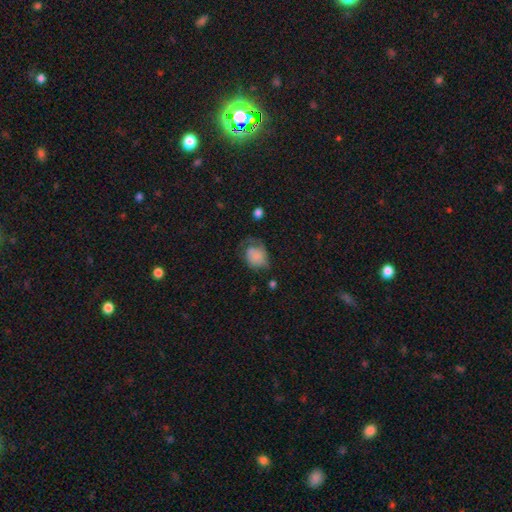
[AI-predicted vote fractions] This is likely a smooth galaxy (67%). How rounded: possibly in between (53%). Merging: marginally major disturbance (35%).